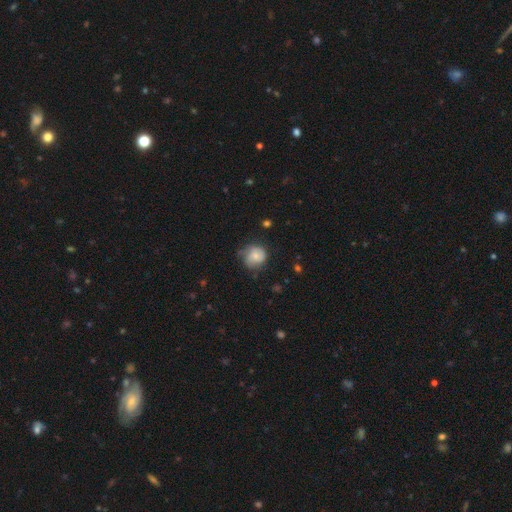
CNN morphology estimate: This appears to be a smooth galaxy with no disk features (66%) that is round (83%). Merging: none (58%).